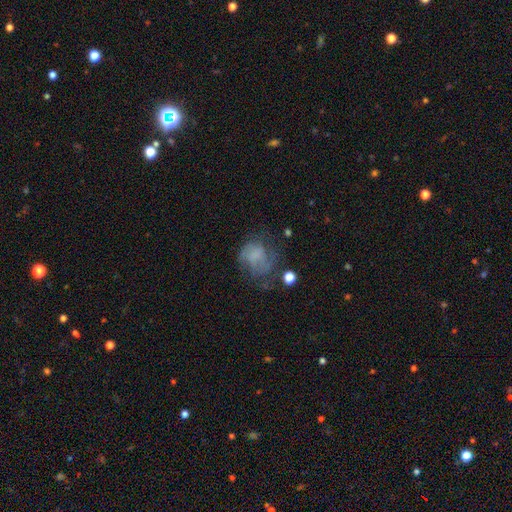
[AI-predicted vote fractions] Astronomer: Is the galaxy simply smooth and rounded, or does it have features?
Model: featured or disk — 46% (runner-up: smooth, 40%).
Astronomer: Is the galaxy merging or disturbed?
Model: none — 42% (runner-up: major disturbance, 31%).